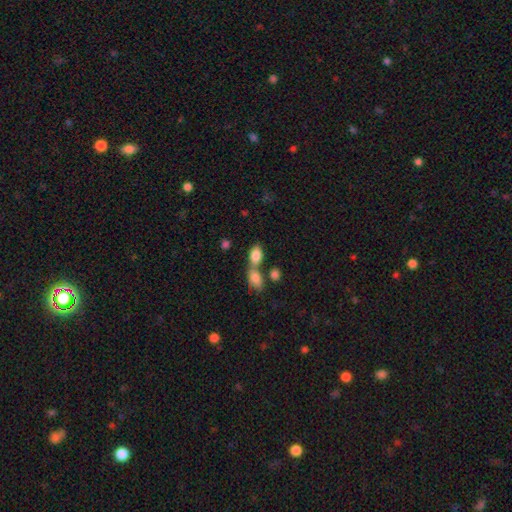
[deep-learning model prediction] Morphology: type=smooth (83%); roundness=in between (88%); merging=merger (53%).